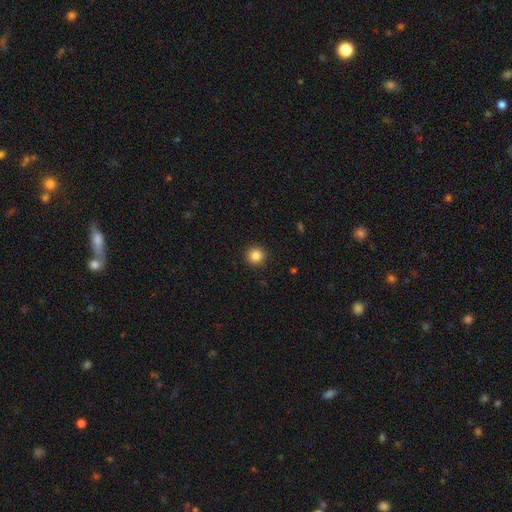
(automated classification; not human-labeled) Smooth or featured?
  - smooth: 85% *
  - star or artifact: 11%
  - featured or disk: 4%
How rounded?
  - round: 95% *
  - in between: 4%
  - cigar-shaped: 1%
Merging?
  - none: 93% *
  - minor disturbance: 5%
  - major disturbance: 2%
  - merger: 1%